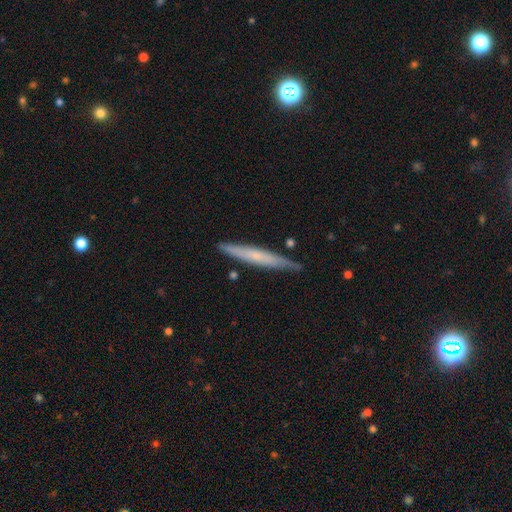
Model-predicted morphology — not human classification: Overall: smooth (51%; featured or disk 43%). How rounded: cigar-shaped (96%). Merging: none (85%).